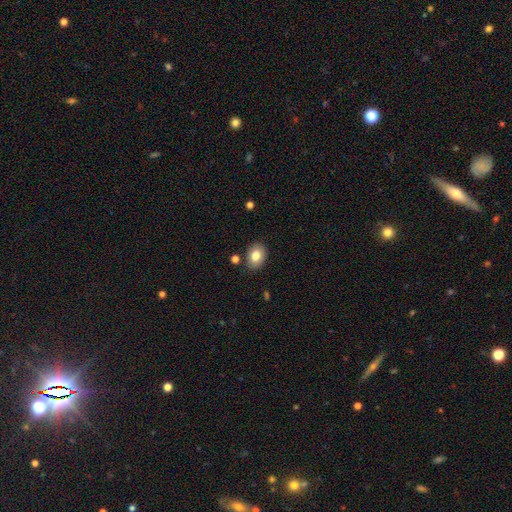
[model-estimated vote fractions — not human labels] Smooth or featured? smooth (79%)
How rounded? in between (71%)
Merging? none (84%)